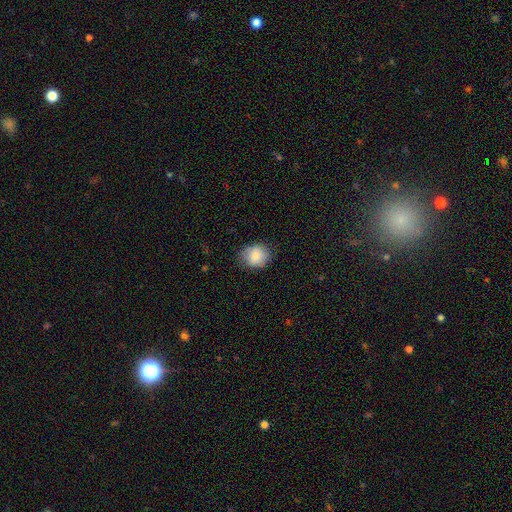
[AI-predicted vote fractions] Morphology: type=smooth (84%); roundness=round (64%); merging=none (77%).